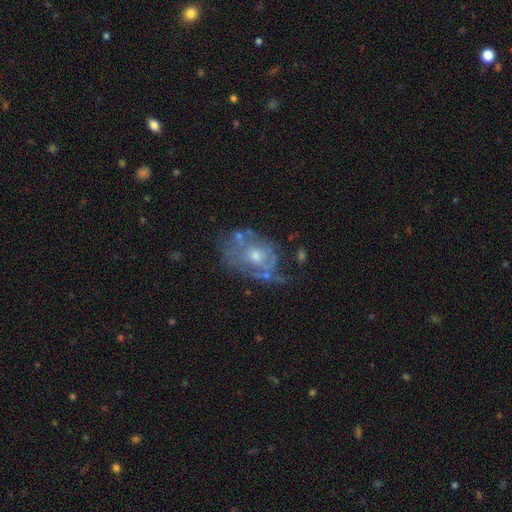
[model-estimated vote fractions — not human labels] Smooth or featured?
  - featured or disk: 70% *
  - smooth: 21%
  - star or artifact: 9%
Edge-on disk?
  - no: 96% *
  - yes: 4%
Bar?
  - no: 82% *
  - weak: 16%
  - strong: 3%
Spiral arms?
  - yes: 52% *
  - no: 48%
Bulge size?
  - moderate: 58% *
  - small: 34%
  - large: 4%
  - none: 3%
  - dominant: 1%
Merging?
  - none: 37% *
  - major disturbance: 29%
  - minor disturbance: 26%
  - merger: 8%